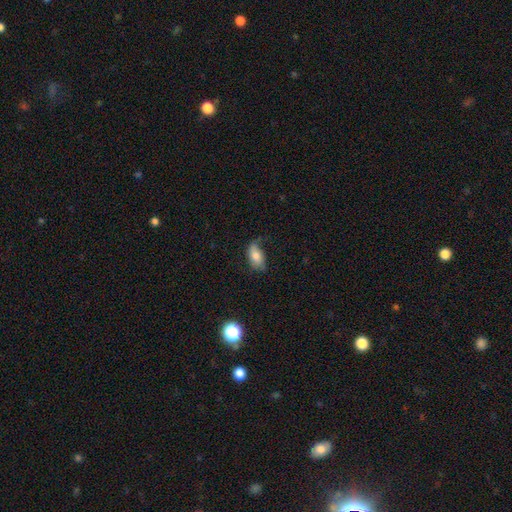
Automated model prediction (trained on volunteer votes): Smooth or featured? smooth (71%)
How rounded? in between (90%)
Merging? none (52%)